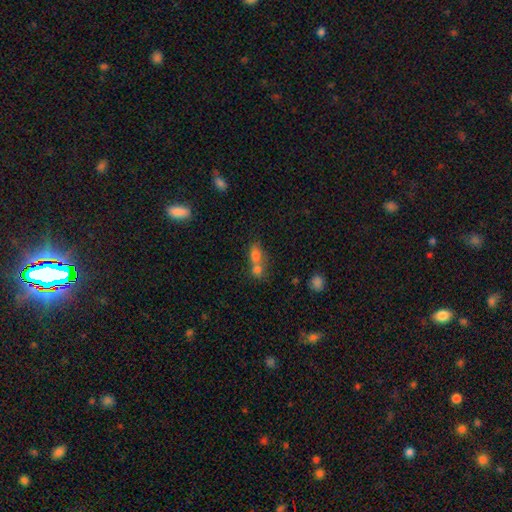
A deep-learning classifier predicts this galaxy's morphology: Smooth or featured?
  - smooth: 73% *
  - star or artifact: 14%
  - featured or disk: 13%
How rounded?
  - in between: 69% *
  - round: 24%
  - cigar-shaped: 7%
Merging?
  - merger: 61% *
  - none: 25%
  - minor disturbance: 8%
  - major disturbance: 5%